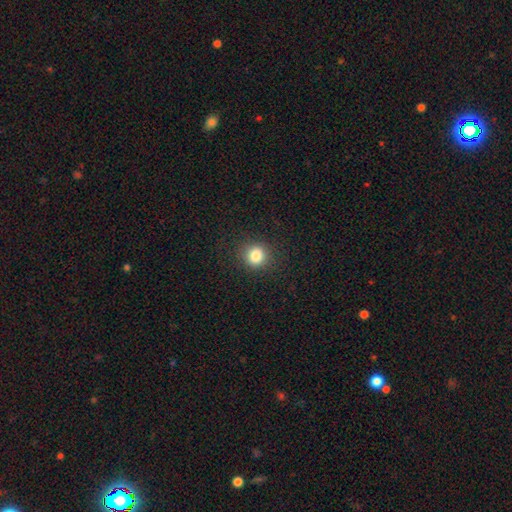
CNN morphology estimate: The model was most divided on "smooth or featured": smooth: 83%, star or artifact: 12%, featured or disk: 5%. More confident: merging — none (89%); how rounded — round (87%).